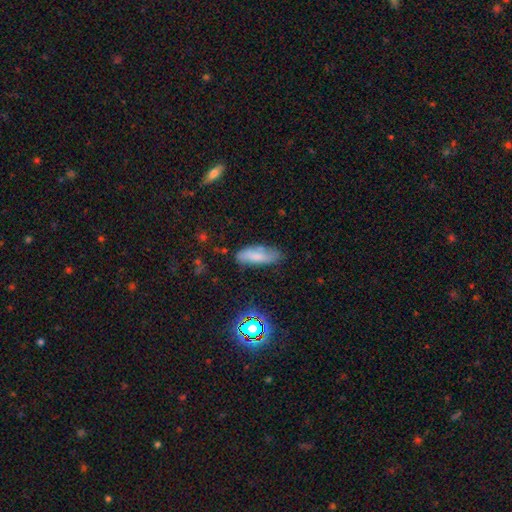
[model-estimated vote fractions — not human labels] smooth 71%, featured or disk 18%, star or artifact 11%. Down the decision tree: how rounded — in between (67%); merging — none (61%).